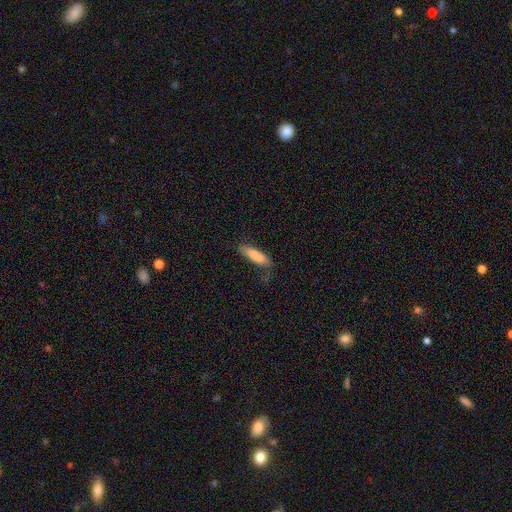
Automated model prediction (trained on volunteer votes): The model was most divided on "how rounded": cigar-shaped: 51%, in between: 47%, round: 2%. More confident: smooth or featured — smooth (81%); merging — none (55%).